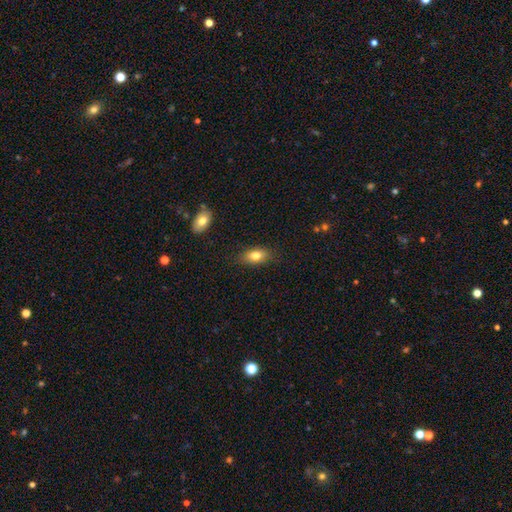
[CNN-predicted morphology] The model was most divided on "smooth or featured": smooth: 79%, featured or disk: 13%, star or artifact: 8%. More confident: how rounded — in between (86%); merging — none (84%).